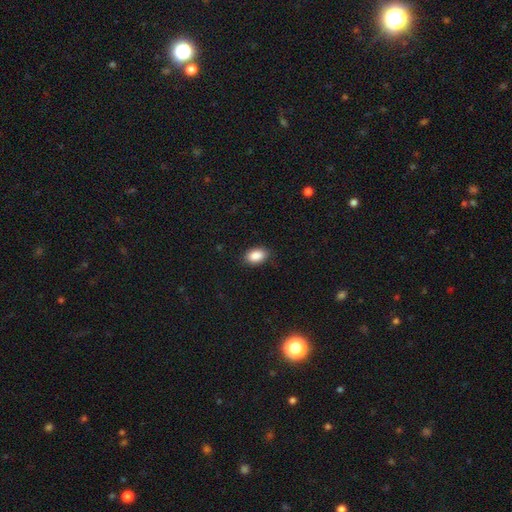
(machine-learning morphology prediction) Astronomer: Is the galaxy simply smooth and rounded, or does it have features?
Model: smooth — 89%.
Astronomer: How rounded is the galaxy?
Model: in between — 88%.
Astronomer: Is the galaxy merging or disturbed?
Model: none — 86%.